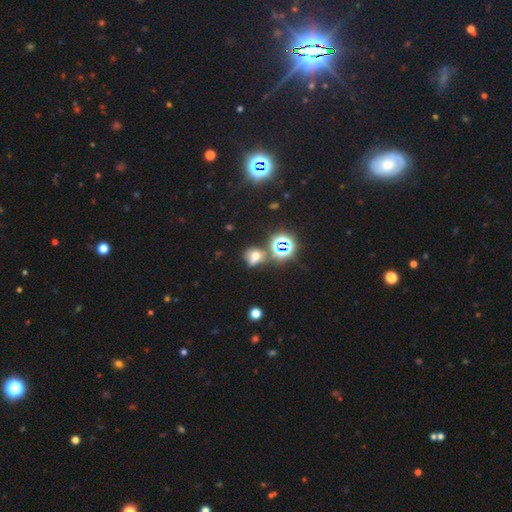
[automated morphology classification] Smooth or featured? Predicted: smooth (p=0.48). Merging? Predicted: none (p=0.59).